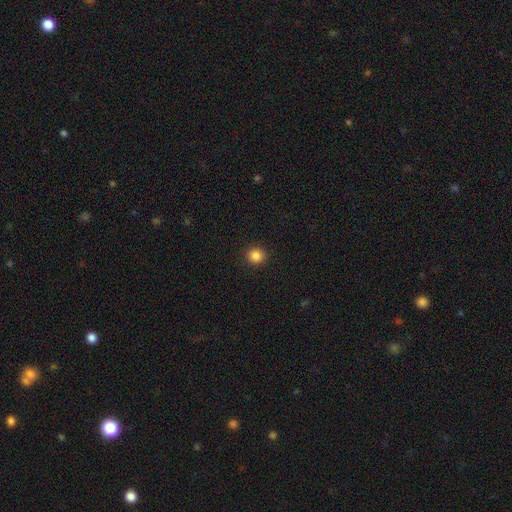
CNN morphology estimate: A smooth galaxy with no disk features (86%) that is round (90%). Merging: none (92%).